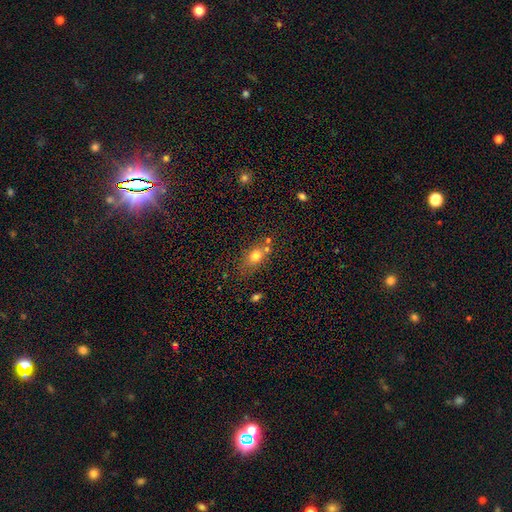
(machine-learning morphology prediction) A smooth galaxy with no disk features (74%) that is in between round and cigar-shaped (61%). Merging: none (57%).